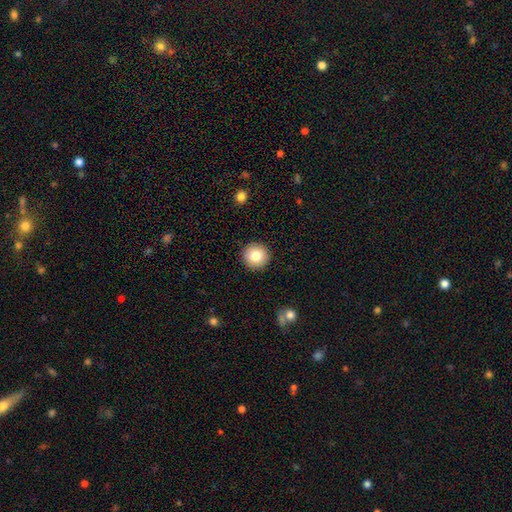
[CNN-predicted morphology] type=smooth (82%); roundness=round (95%); merging=none (92%).